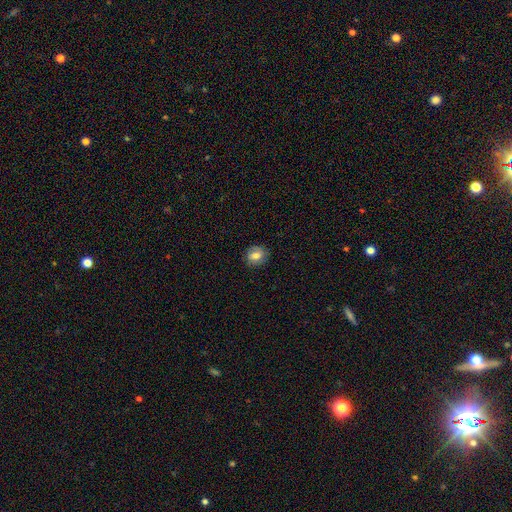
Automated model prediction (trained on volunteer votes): smooth-or-featured: smooth: 71% | featured or disk: 19% | star or artifact: 10%
  how-rounded: round: 70% | in between: 28% | cigar-shaped: 1%
  merging: none: 82% | minor disturbance: 13% | major disturbance: 3% | merger: 1%